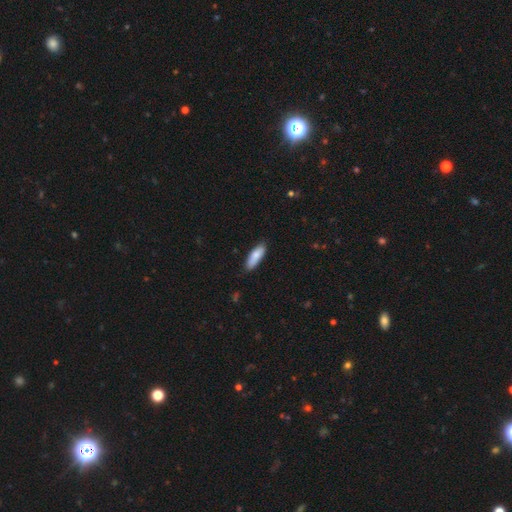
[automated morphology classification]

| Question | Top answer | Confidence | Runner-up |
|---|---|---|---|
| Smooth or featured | smooth | 83% | featured or disk (11%) |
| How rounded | in between | 56% | cigar-shaped (42%) |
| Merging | none | 84% | minor disturbance (13%) |